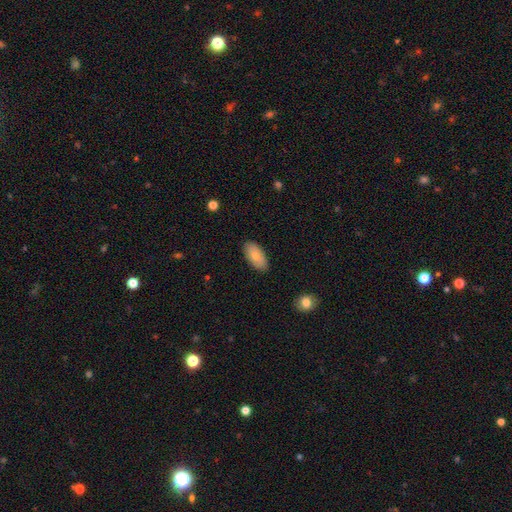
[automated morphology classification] smooth 80%, featured or disk 14%, star or artifact 6%. Down the decision tree: how rounded — in between (94%); merging — none (87%).